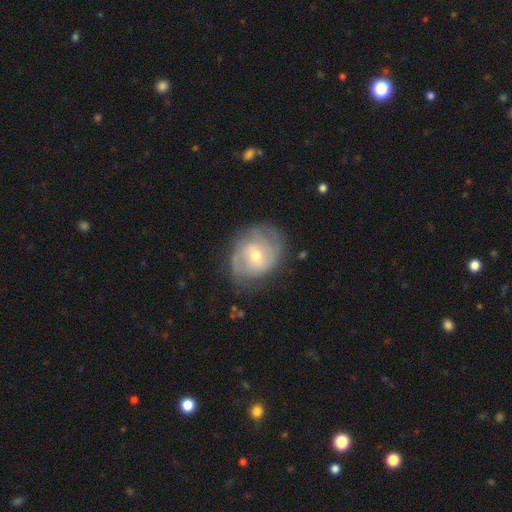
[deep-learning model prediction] Overall: featured or disk (73%). Edge-on disk: no (97%). Bar: no (51%; weak 40%). Spiral arms: yes (87%). Spiral arm count: 2 (50%; can't tell 27%). Spiral winding: tight (44%; medium 40%). Bulge size: moderate (60%; small 35%). Merging: none (67%).